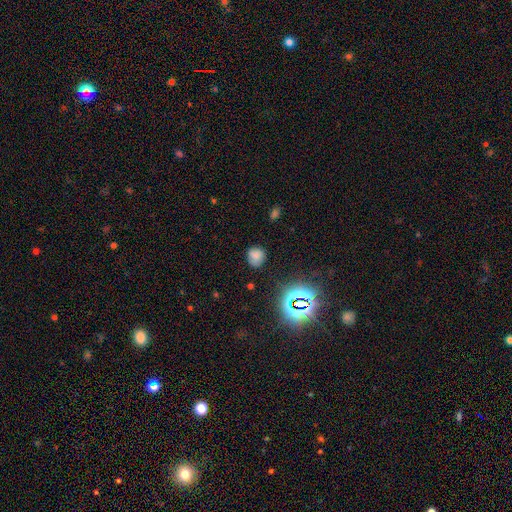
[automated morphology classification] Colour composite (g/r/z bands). It shows a smooth galaxy with no disk features (69%) that is round (75%). Merging: none (74%).